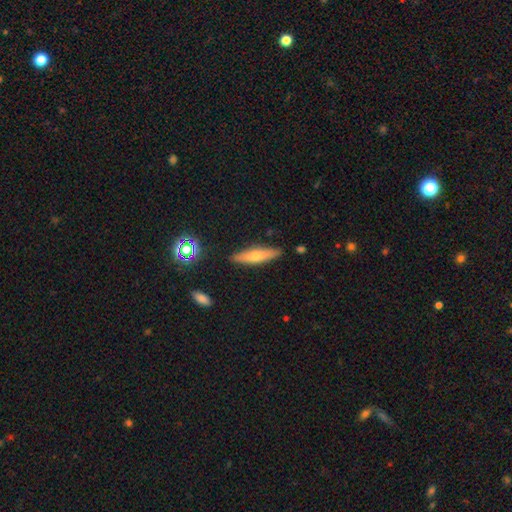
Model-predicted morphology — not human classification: The model was most divided on "smooth or featured": smooth: 56%, featured or disk: 36%, star or artifact: 8%. More confident: merging — none (88%); how rounded — cigar-shaped (74%).